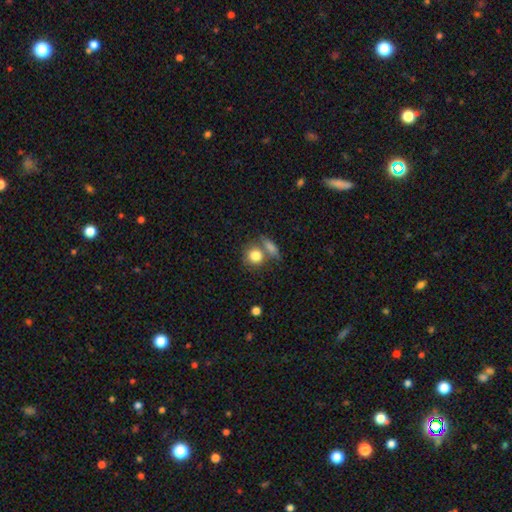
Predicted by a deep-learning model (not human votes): A smooth galaxy with no disk features (81%) that is round (76%). Merging: none (48%).